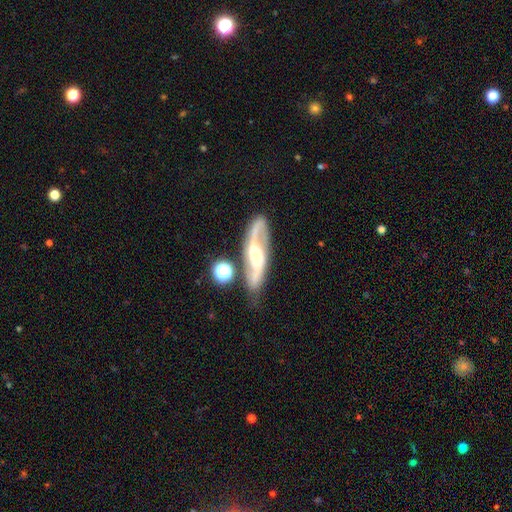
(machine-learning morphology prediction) smooth-or-featured: featured or disk: 84% | smooth: 10% | star or artifact: 6%
  disk-edge-on: no: 88% | yes: 12%
    bar: weak: 40% | no: 35% | strong: 25%
    has-spiral-arms: yes: 96% | no: 4%
      spiral-winding: medium: 49% | loose: 35% | tight: 16%
      spiral-arm-count: 2: 90% | can't tell: 4% | 1: 3% | 3: 1% | 4: 1% | more than 4: 1%
    bulge-size: moderate: 53% | small: 25% | large: 14% | none: 5% | dominant: 2%
  merging: none: 71% | minor disturbance: 16% | merger: 7% | major disturbance: 6%